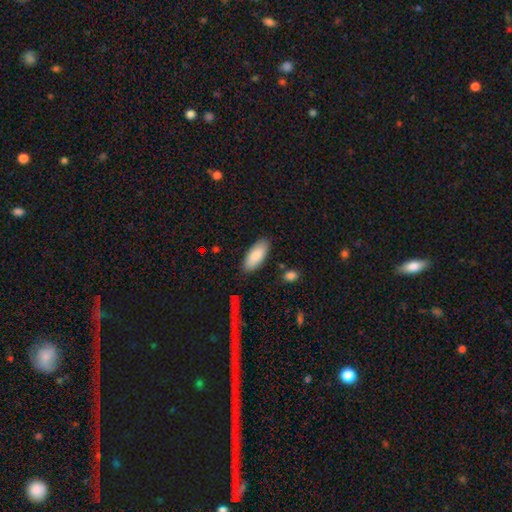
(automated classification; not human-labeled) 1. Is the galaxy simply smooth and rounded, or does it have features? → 86% smooth, 8% featured or disk, 6% star or artifact.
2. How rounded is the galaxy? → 87% in between, 12% cigar-shaped, 2% round.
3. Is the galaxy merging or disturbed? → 84% none, 11% minor disturbance, 3% major disturbance, 2% merger.